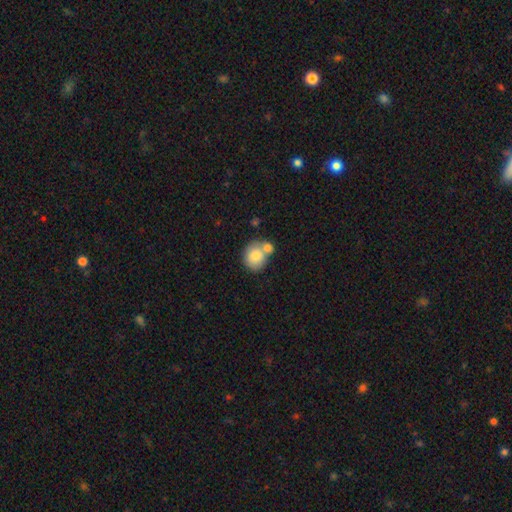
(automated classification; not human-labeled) A smooth galaxy with no disk features (80%) that is round (73%).

Vote fractions:
- Smooth or featured? smooth: 80% / featured or disk: 12% / star or artifact: 8%
- How rounded? round: 73% / in between: 26% / cigar-shaped: 1%
- Merging? merger: 44% / none: 41% / minor disturbance: 11% / major disturbance: 4%